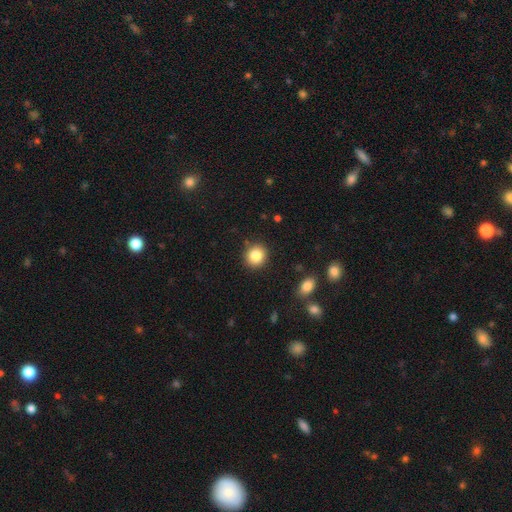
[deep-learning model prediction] Smooth or featured? Predicted: smooth (p=0.84). How rounded? Predicted: round (p=0.87). Merging? Predicted: none (p=0.90).